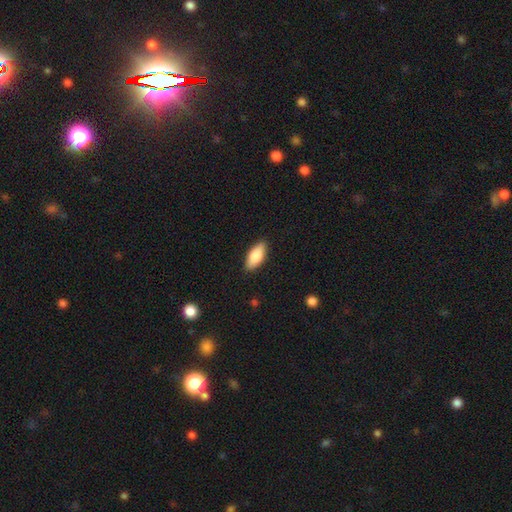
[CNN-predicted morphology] Smooth or featured?
  - smooth: 82% *
  - featured or disk: 12%
  - star or artifact: 6%
How rounded?
  - in between: 84% *
  - cigar-shaped: 14%
  - round: 2%
Merging?
  - none: 88% *
  - minor disturbance: 9%
  - major disturbance: 2%
  - merger: 1%